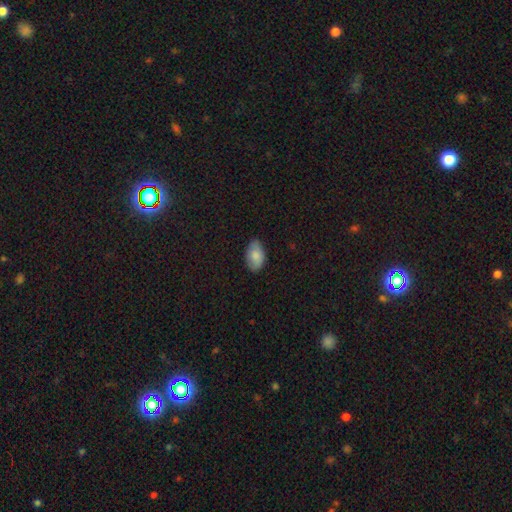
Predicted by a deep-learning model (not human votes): A smooth galaxy with no disk features (80%) that is in between round and cigar-shaped (93%). Merging: none (78%).